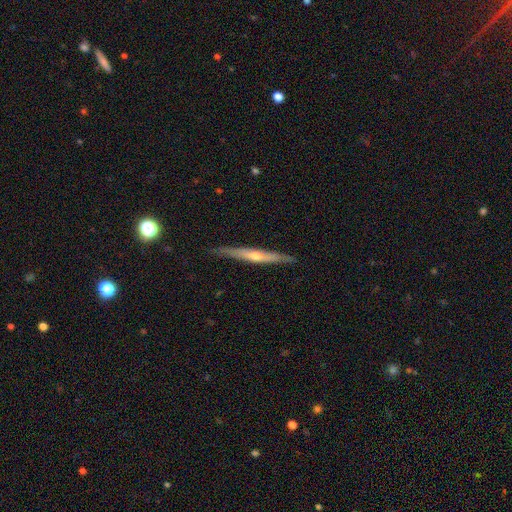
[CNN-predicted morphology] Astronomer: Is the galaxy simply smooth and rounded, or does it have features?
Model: featured or disk — 69%.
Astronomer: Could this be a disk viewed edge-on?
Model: yes — 96%.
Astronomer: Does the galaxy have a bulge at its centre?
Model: rounded — 75%.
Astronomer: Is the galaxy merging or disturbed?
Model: none — 87%.